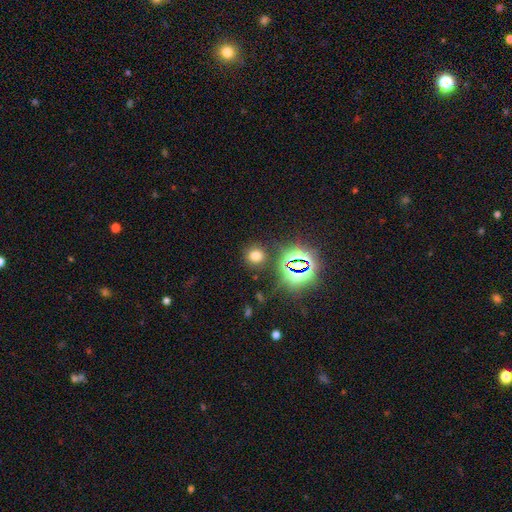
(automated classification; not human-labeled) This appears to be a smooth galaxy with no disk features (66%) that is round (86%). Merging: none (86%).